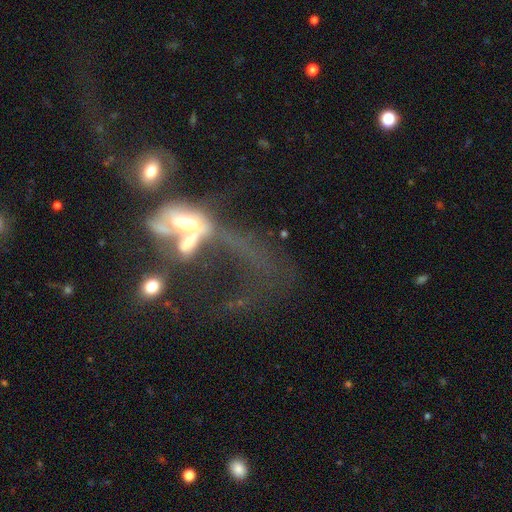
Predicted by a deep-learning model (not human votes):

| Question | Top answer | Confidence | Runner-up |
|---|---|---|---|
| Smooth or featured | featured or disk | 57% | smooth (26%) |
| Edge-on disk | no | 85% | yes (15%) |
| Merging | merger | 56% | major disturbance (31%) |